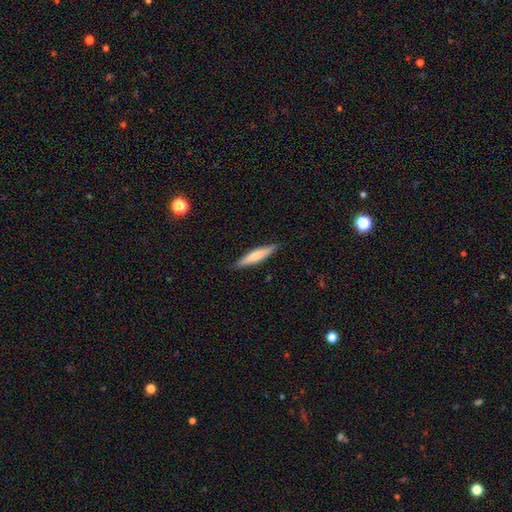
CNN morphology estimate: Smooth or featured? smooth (55%)
How rounded? cigar-shaped (88%)
Merging? none (89%)